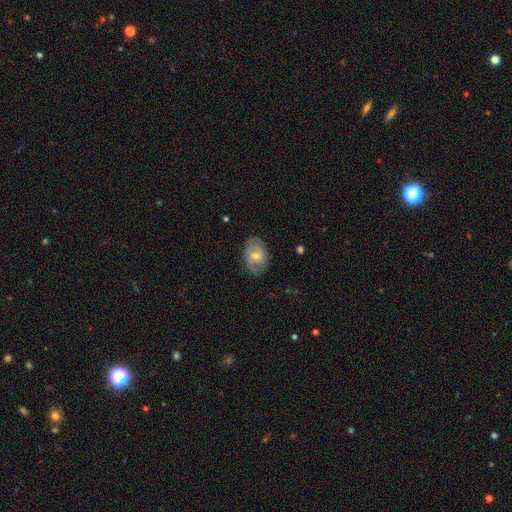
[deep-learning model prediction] featured or disk 55%, smooth 38%, star or artifact 8%. Down the decision tree: edge-on disk — no (95%); bar — no (57%); spiral arms — yes (74%); bulge size — moderate (55%); merging — none (77%).